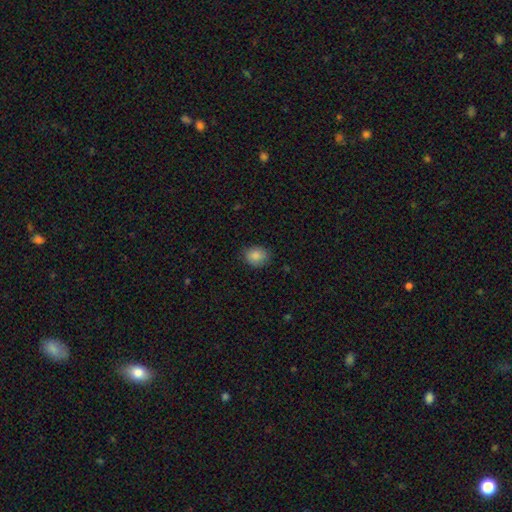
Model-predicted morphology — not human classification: A smooth galaxy with no disk features (87%) that is in between round and cigar-shaped (52%).

Vote fractions:
- Smooth or featured? smooth: 87% / star or artifact: 8% / featured or disk: 4%
- How rounded? in between: 52% / round: 47% / cigar-shaped: 1%
- Merging? none: 84% / minor disturbance: 12% / major disturbance: 3% / merger: 1%